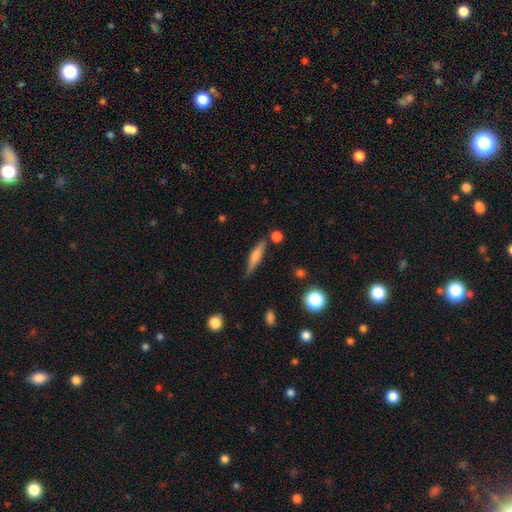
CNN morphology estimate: Q: Smooth or featured?
A: smooth (58%); runner-up: featured or disk (35%)
Q: How rounded?
A: cigar-shaped (80%); runner-up: in between (18%)
Q: Merging?
A: none (79%); runner-up: minor disturbance (13%)